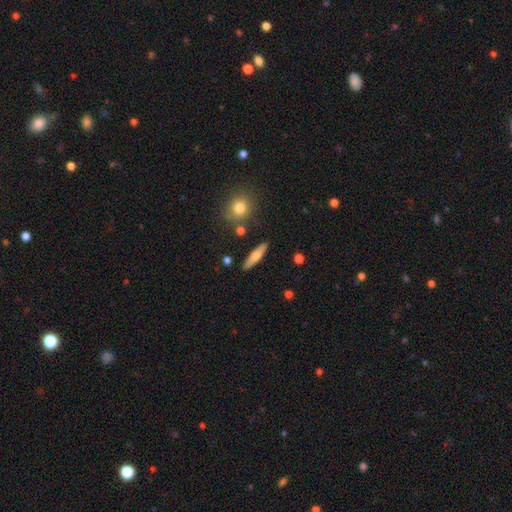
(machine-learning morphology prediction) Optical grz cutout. It shows a smooth galaxy with no disk features (57%) that is cigar-shaped (77%). Merging: none (87%).